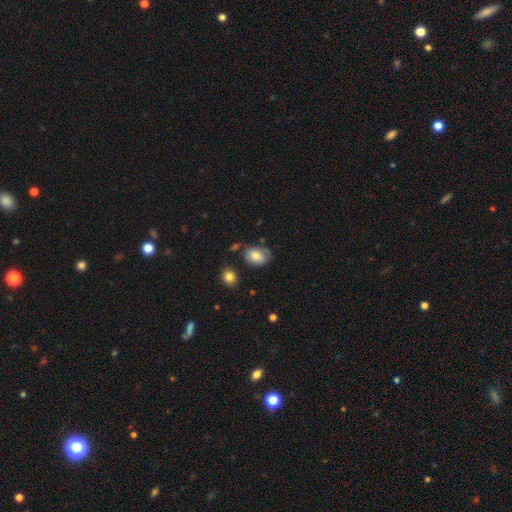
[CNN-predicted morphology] This is likely a smooth galaxy (73%). How rounded: likely in between (74%). Merging: likely none (62%).